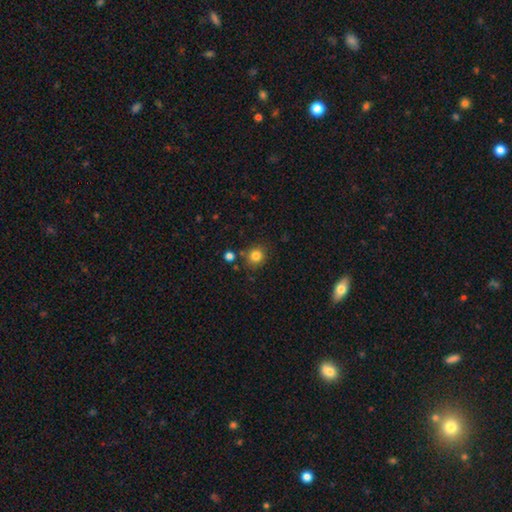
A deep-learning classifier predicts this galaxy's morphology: smooth 82%, star or artifact 12%, featured or disk 6%. Down the decision tree: how rounded — round (86%); merging — none (79%).